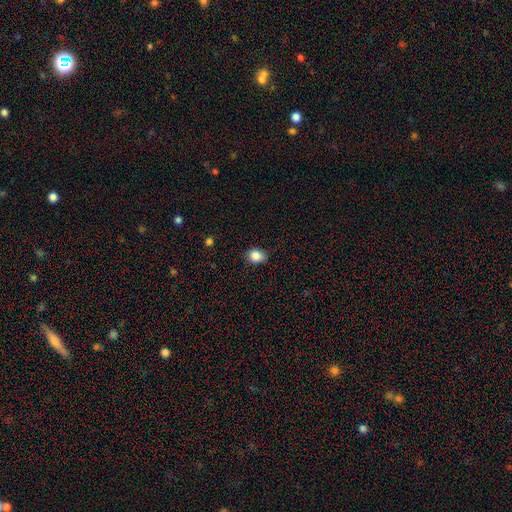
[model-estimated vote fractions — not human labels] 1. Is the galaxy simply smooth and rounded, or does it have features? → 86% smooth, 10% star or artifact, 4% featured or disk.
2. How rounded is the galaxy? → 52% round, 47% in between, 1% cigar-shaped.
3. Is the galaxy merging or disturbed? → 81% none, 15% minor disturbance, 3% major disturbance, 1% merger.